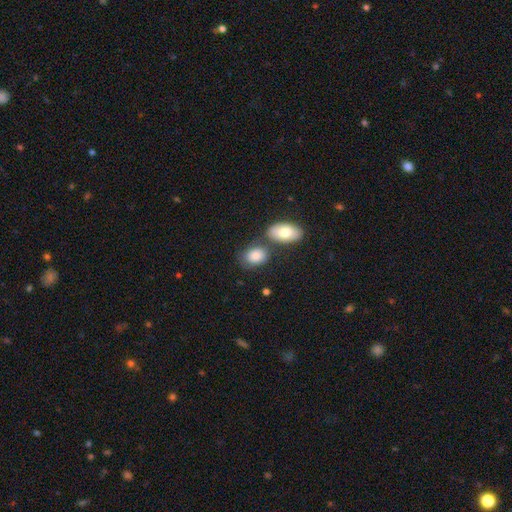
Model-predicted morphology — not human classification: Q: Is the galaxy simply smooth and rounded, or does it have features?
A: smooth — 83%.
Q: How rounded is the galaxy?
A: in between — 75%.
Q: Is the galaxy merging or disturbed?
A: none — 53%.